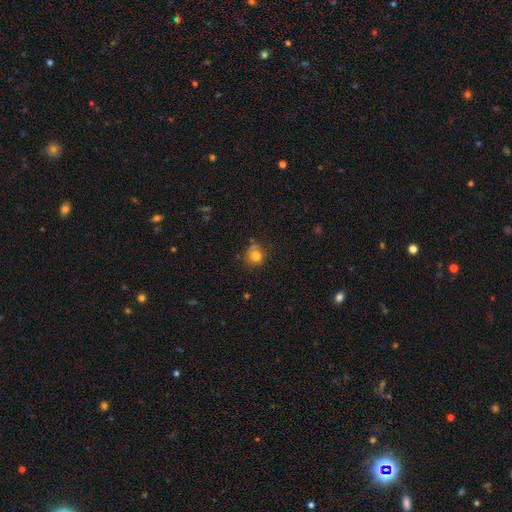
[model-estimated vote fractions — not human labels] smooth 80%, star or artifact 12%, featured or disk 8%. Down the decision tree: how rounded — round (85%); merging — none (66%).